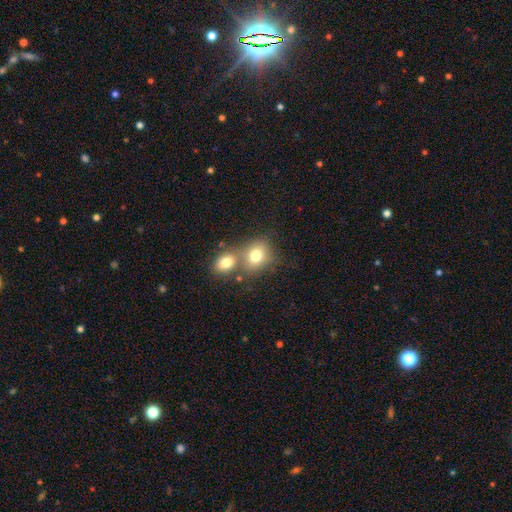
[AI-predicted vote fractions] Overall: smooth (77%). How rounded: round (53%; in between 46%). Merging: merger (49%; none 38%).